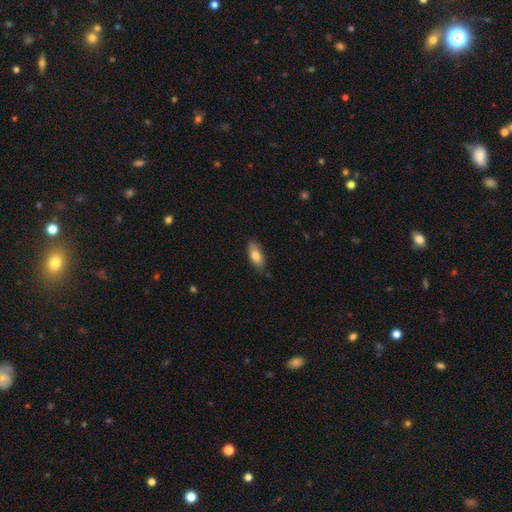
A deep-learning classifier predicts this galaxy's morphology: This is likely a smooth galaxy (77%). How rounded: clearly in between (84%). Merging: clearly none (81%).